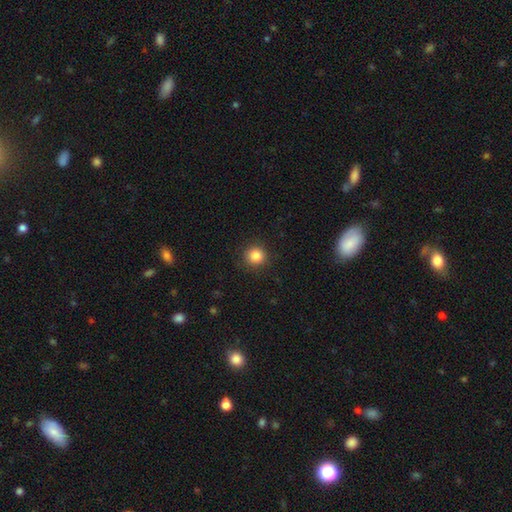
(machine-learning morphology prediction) A smooth galaxy with no disk features (85%) that is round (94%).

Vote fractions:
- Smooth or featured? smooth: 85% / star or artifact: 11% / featured or disk: 4%
- How rounded? round: 94% / in between: 6% / cigar-shaped: 1%
- Merging? none: 90% / minor disturbance: 6% / major disturbance: 2% / merger: 1%